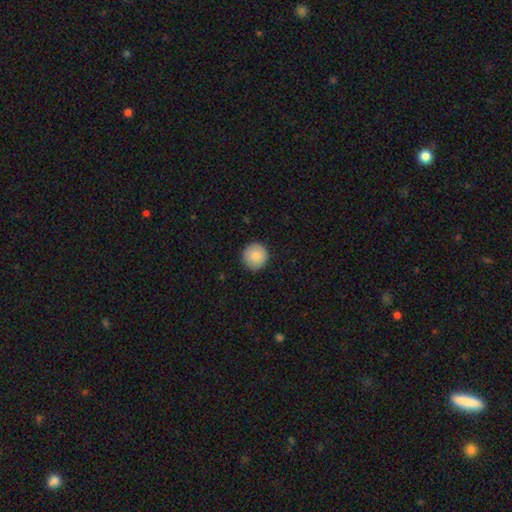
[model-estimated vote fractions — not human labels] Morphology: type=smooth (85%); roundness=round (95%); merging=none (90%).